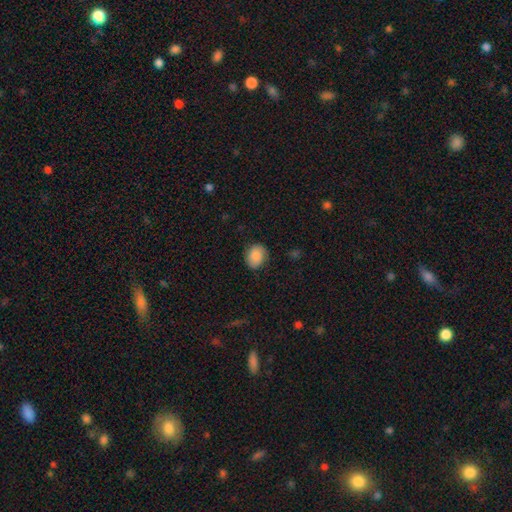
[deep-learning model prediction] A smooth galaxy with no disk features (85%) that is round (60%).

Vote fractions:
- Smooth or featured? smooth: 85% / star or artifact: 8% / featured or disk: 7%
- How rounded? round: 60% / in between: 39% / cigar-shaped: 1%
- Merging? none: 82% / minor disturbance: 14% / major disturbance: 3% / merger: 1%